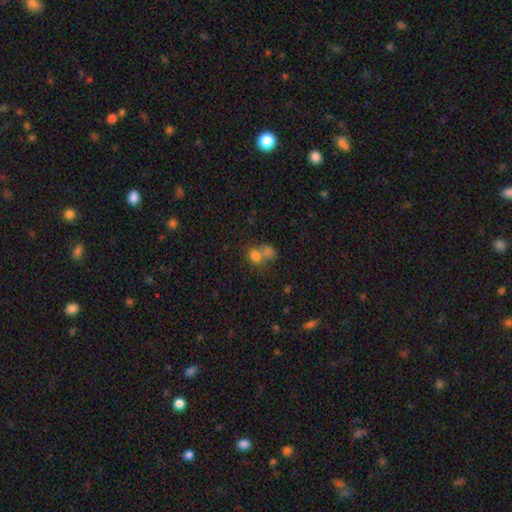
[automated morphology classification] A smooth galaxy with no disk features (75%) that is in between round and cigar-shaped (51%). Merging: merger (61%).